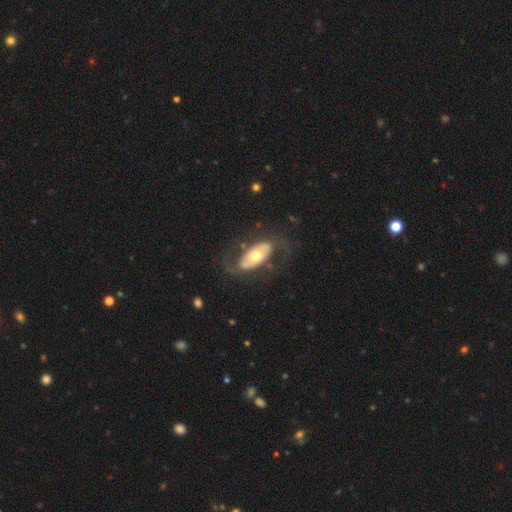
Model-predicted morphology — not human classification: Smooth or featured? featured or disk (61%)
Edge-on disk? no (87%)
Bar? no (73%)
Spiral arms? no (52%)
Bulge size? moderate (69%)
Merging? none (68%)